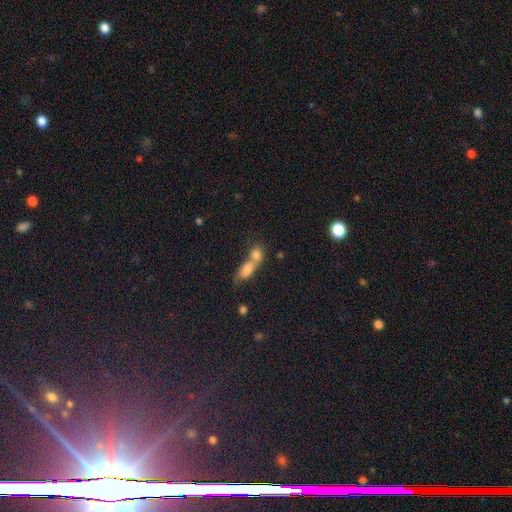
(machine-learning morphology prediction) Smooth or featured: smooth — 53% (star or artifact — 27%)
How rounded: in between — 60% (round — 22%)
Merging: merger — 51% (none — 35%)